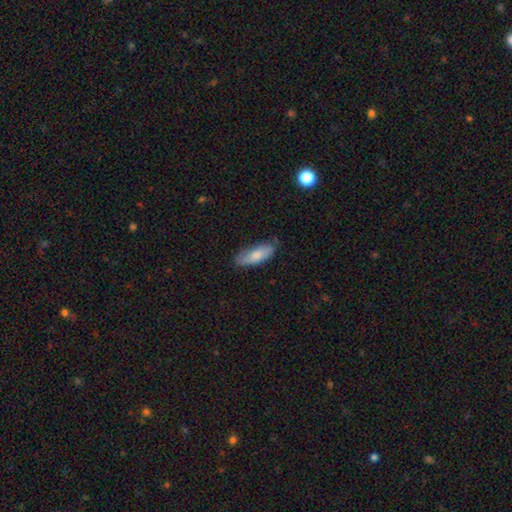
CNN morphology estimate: type=smooth (76%); roundness=in between (62%); merging=none (74%).